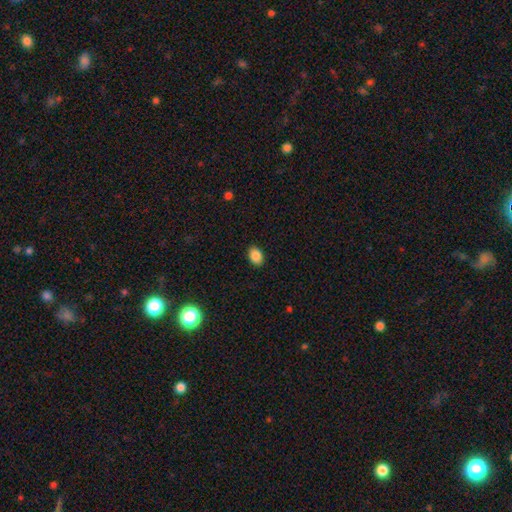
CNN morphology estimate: This appears to be a smooth galaxy with no disk features (87%) that is in between round and cigar-shaped (78%). Merging: none (90%).